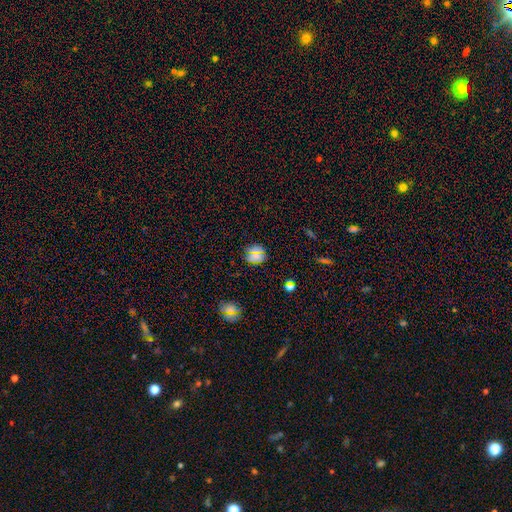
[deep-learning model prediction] Overall: smooth (65%; star or artifact 27%). How rounded: round (76%). Merging: none (85%).